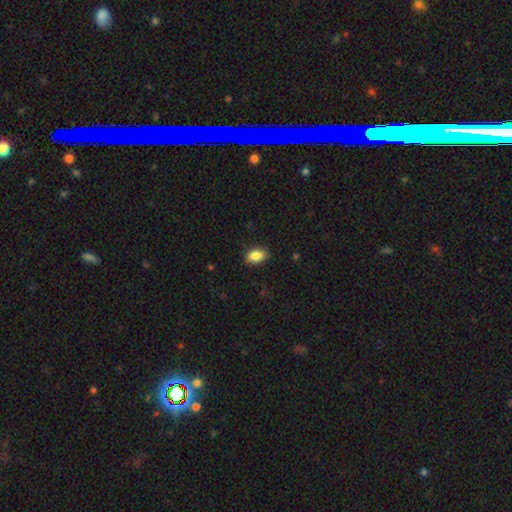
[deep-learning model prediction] Smooth or featured: smooth — 86% (star or artifact — 8%)
How rounded: in between — 88% (round — 10%)
Merging: none — 86% (minor disturbance — 11%)